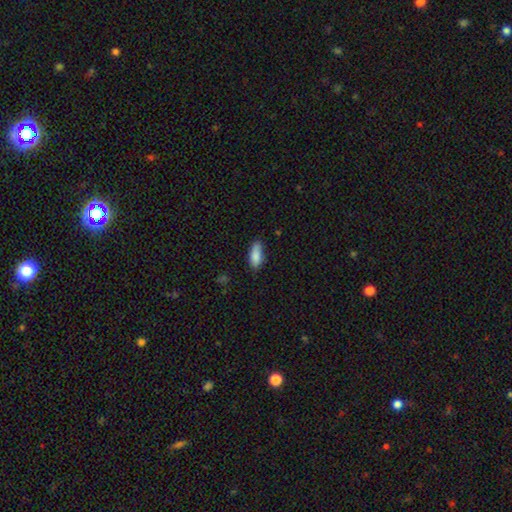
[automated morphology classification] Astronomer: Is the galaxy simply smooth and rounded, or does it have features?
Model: smooth — 87%.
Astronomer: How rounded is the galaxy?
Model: in between — 78%.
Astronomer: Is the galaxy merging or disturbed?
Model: none — 70%.